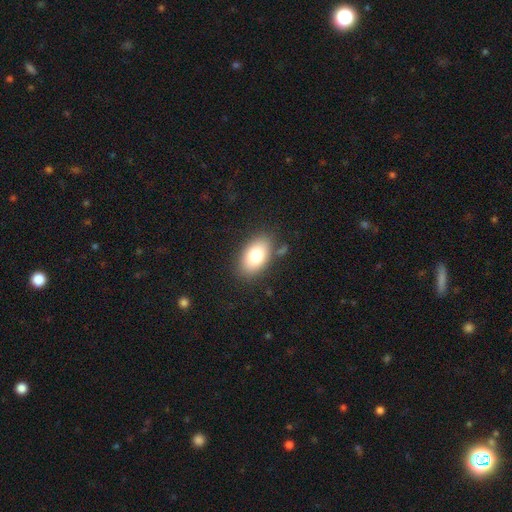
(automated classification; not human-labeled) Smooth or featured: smooth — 79% (featured or disk — 13%)
How rounded: in between — 91% (round — 7%)
Merging: none — 81% (minor disturbance — 12%)